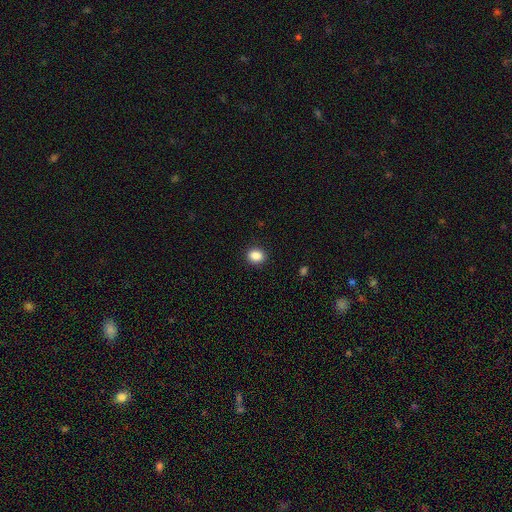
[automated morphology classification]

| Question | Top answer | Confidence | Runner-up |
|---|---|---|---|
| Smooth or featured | smooth | 88% | star or artifact (9%) |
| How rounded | round | 53% | in between (46%) |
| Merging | none | 90% | minor disturbance (7%) |